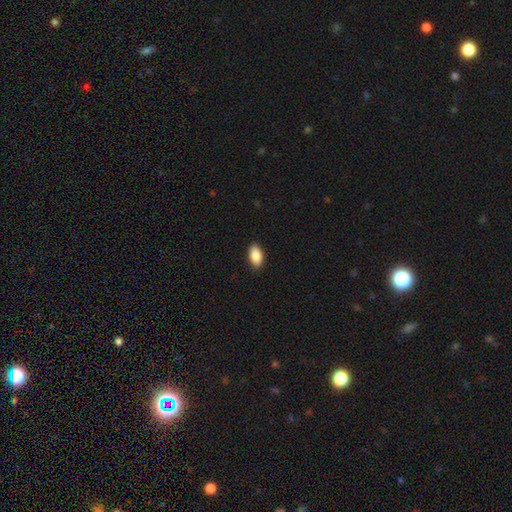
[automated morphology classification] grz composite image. It shows a smooth galaxy with no disk features (88%) that is in between round and cigar-shaped (93%). Merging: none (89%).